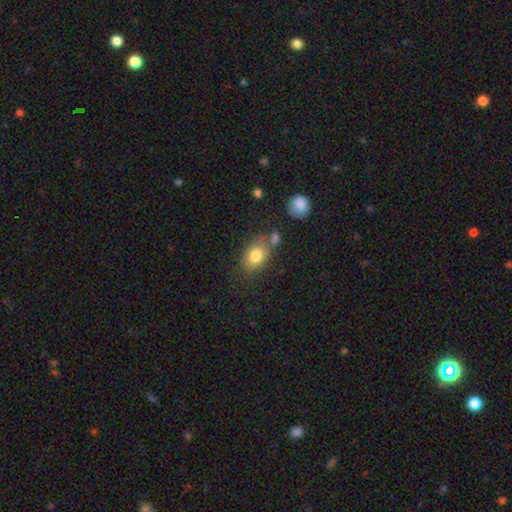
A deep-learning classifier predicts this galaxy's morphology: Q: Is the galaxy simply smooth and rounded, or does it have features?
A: smooth — 80%.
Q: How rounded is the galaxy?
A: in between — 77%.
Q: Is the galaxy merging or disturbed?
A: none — 59%.